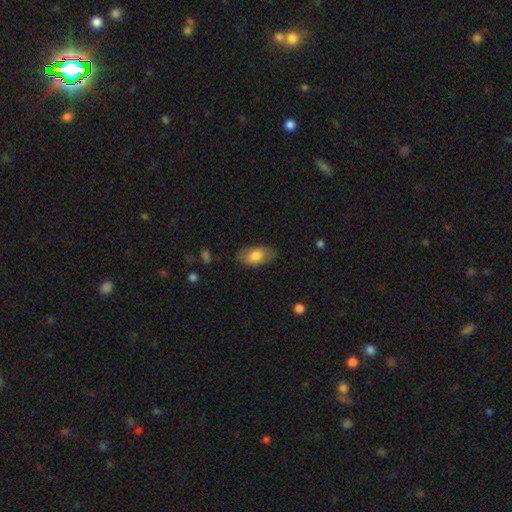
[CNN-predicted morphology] This is likely a smooth galaxy (77%). How rounded: clearly in between (93%). Merging: likely none (78%).